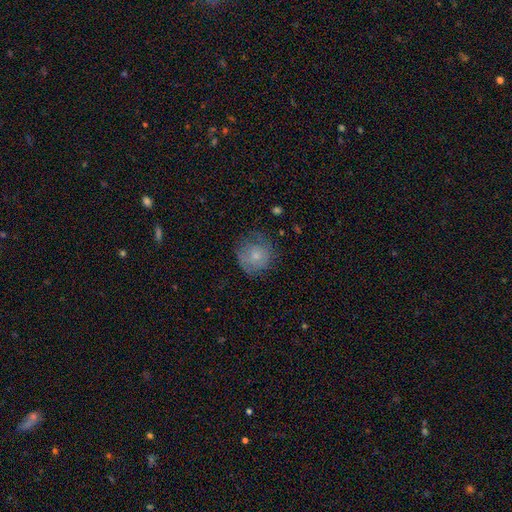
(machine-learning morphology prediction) smooth-or-featured: smooth: 71% | featured or disk: 21% | star or artifact: 8%
  how-rounded: round: 88% | in between: 11% | cigar-shaped: 1%
  merging: none: 64% | minor disturbance: 24% | major disturbance: 11% | merger: 1%